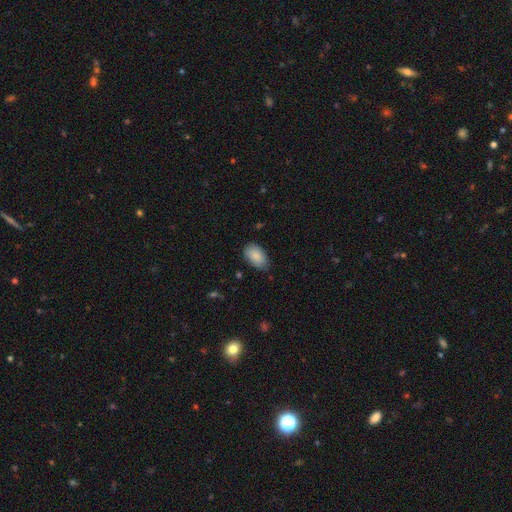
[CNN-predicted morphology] A smooth galaxy with no disk features (88%) that is in between round and cigar-shaped (93%). Merging: none (76%).